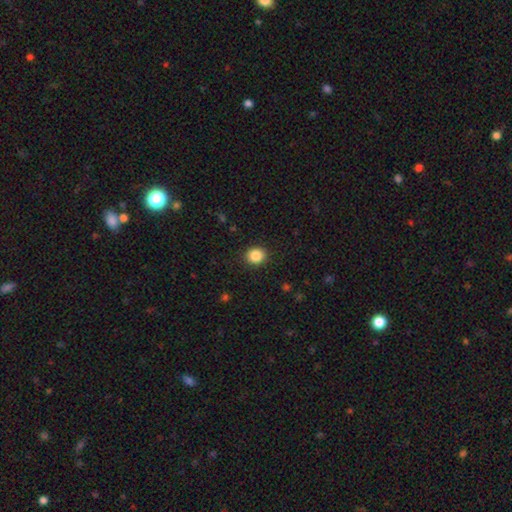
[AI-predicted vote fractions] Overall: smooth (86%). How rounded: round (82%). Merging: none (91%).